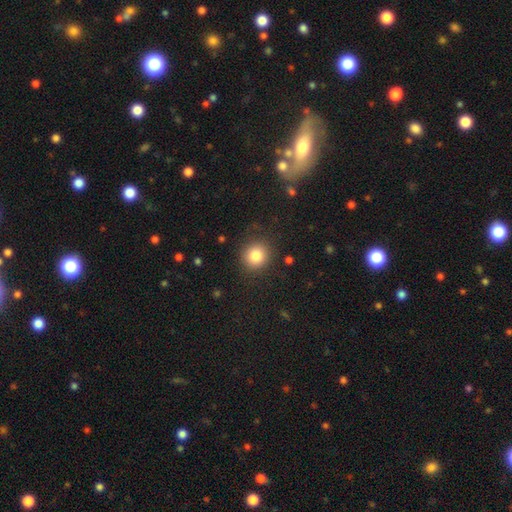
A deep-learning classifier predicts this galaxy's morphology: A smooth galaxy with no disk features (83%) that is round (89%).

Vote fractions:
- Smooth or featured? smooth: 83% / star or artifact: 11% / featured or disk: 6%
- How rounded? round: 89% / in between: 10% / cigar-shaped: 1%
- Merging? none: 87% / minor disturbance: 9% / major disturbance: 3% / merger: 1%